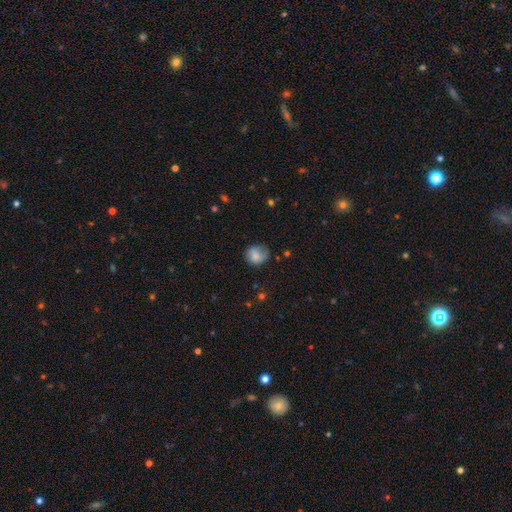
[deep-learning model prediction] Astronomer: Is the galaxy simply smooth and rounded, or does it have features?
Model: smooth — 75%.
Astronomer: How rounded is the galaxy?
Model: round — 71%.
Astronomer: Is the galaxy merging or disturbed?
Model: none — 59%.